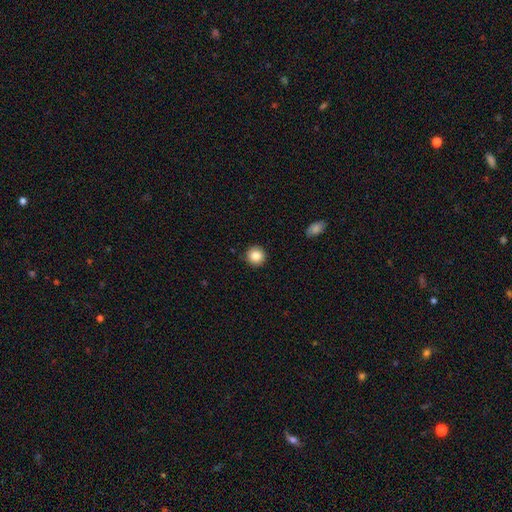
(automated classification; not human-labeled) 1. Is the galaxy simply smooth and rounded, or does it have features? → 86% smooth, 9% star or artifact, 5% featured or disk.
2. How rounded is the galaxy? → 94% round, 5% in between, 1% cigar-shaped.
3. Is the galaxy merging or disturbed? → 91% none, 6% minor disturbance, 2% major disturbance, 1% merger.